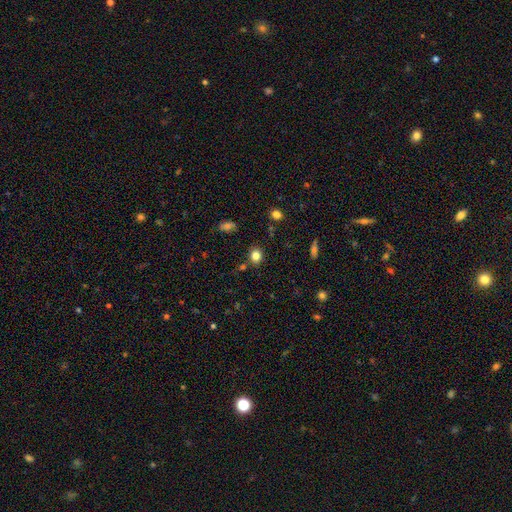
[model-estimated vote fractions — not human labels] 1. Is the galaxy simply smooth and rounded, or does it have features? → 82% smooth, 12% star or artifact, 6% featured or disk.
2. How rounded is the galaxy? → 71% round, 28% in between, 1% cigar-shaped.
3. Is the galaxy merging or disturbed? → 83% none, 10% minor disturbance, 5% merger, 3% major disturbance.